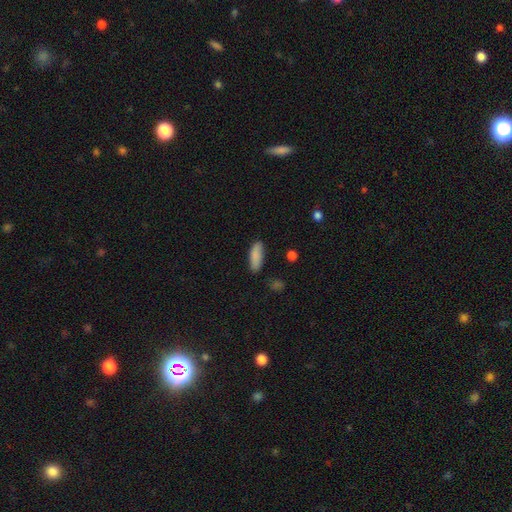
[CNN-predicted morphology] smooth 87%, star or artifact 6%, featured or disk 6%. Down the decision tree: how rounded — in between (65%); merging — none (80%).